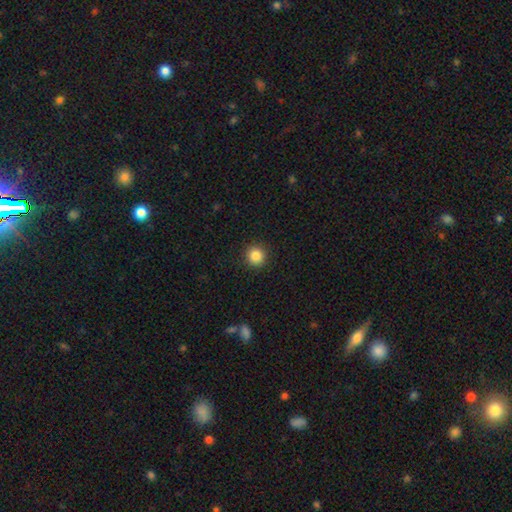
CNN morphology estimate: A smooth galaxy with no disk features (85%) that is round (94%). Merging: none (92%).